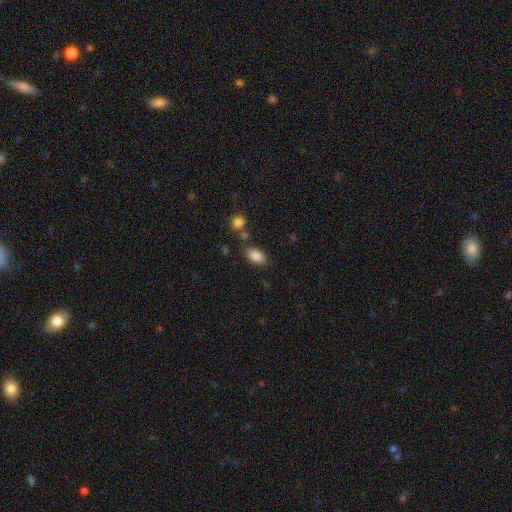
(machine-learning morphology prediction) Smooth or featured? Predicted: smooth (p=0.86). How rounded? Predicted: in between (p=0.91). Merging? Predicted: none (p=0.76).